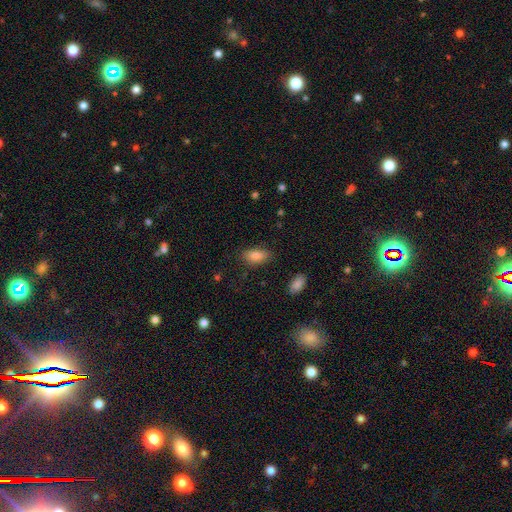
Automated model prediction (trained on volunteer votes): A smooth galaxy with no disk features (85%) that is in between round and cigar-shaped (90%). Merging: none (81%).